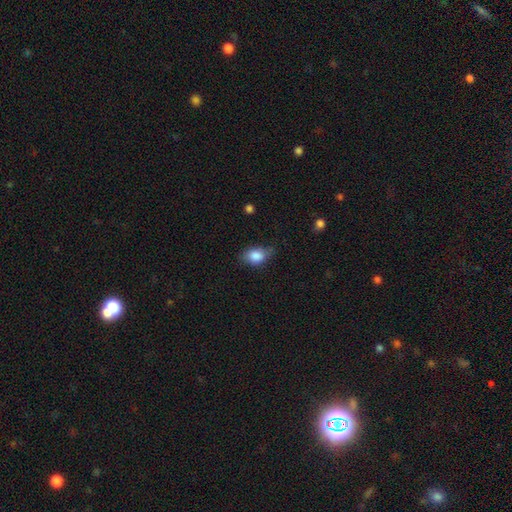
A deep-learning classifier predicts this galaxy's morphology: A smooth galaxy with no disk features (85%) that is in between round and cigar-shaped (76%). Merging: none (59%).